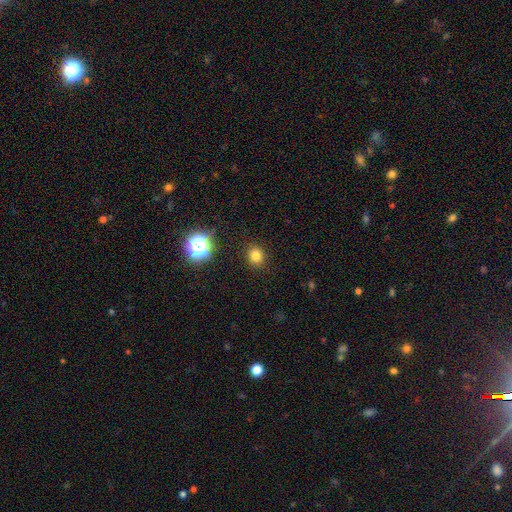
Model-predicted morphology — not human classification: Smooth or featured: smooth — 79% (star or artifact — 16%)
How rounded: round — 79% (in between — 20%)
Merging: none — 90% (minor disturbance — 7%)